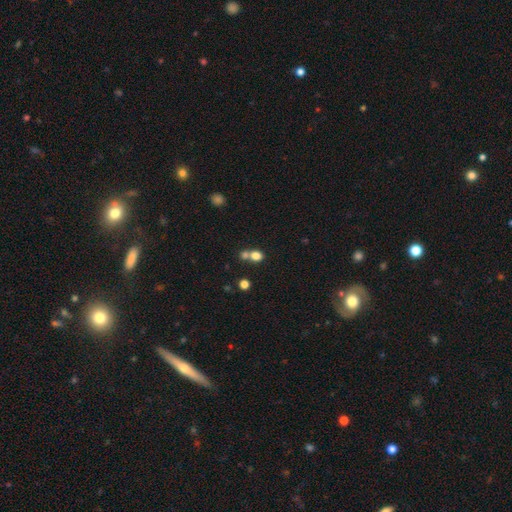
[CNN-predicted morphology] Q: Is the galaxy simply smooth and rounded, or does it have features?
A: smooth — 78%.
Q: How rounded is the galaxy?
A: round — 67%.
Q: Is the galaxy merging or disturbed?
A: merger — 47%.